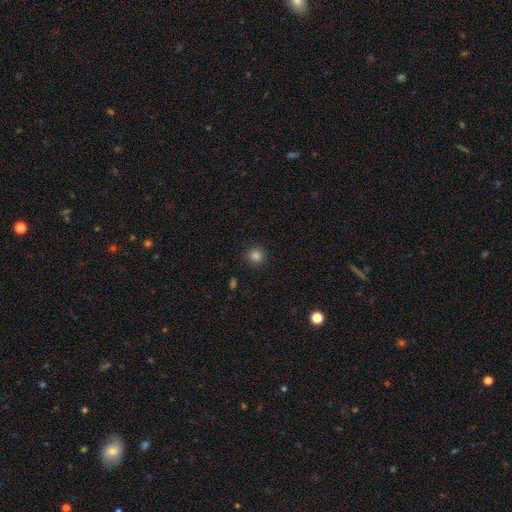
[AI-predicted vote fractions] Smooth or featured: smooth — 83% (star or artifact — 13%)
How rounded: round — 92% (in between — 7%)
Merging: none — 89% (minor disturbance — 7%)